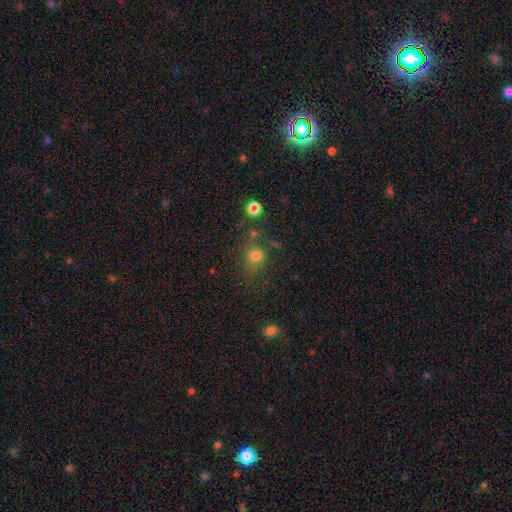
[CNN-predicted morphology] This is likely a smooth galaxy (75%). How rounded: likely round (77%). Merging: likely none (65%).